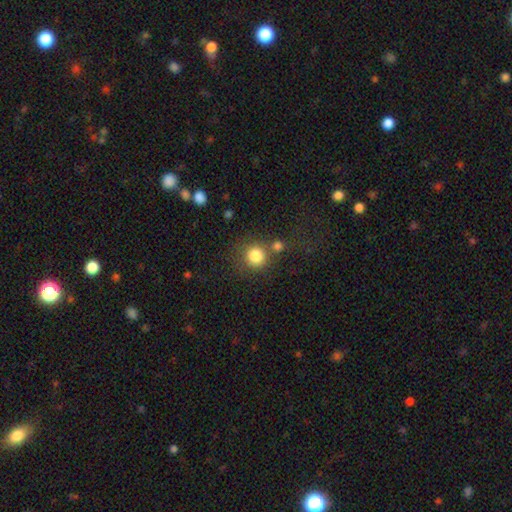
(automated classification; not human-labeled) A smooth galaxy with no disk features (83%) that is round (91%).

Vote fractions:
- Smooth or featured? smooth: 83% / star or artifact: 11% / featured or disk: 6%
- How rounded? round: 91% / in between: 8% / cigar-shaped: 1%
- Merging? none: 64% / merger: 20% / minor disturbance: 10% / major disturbance: 6%